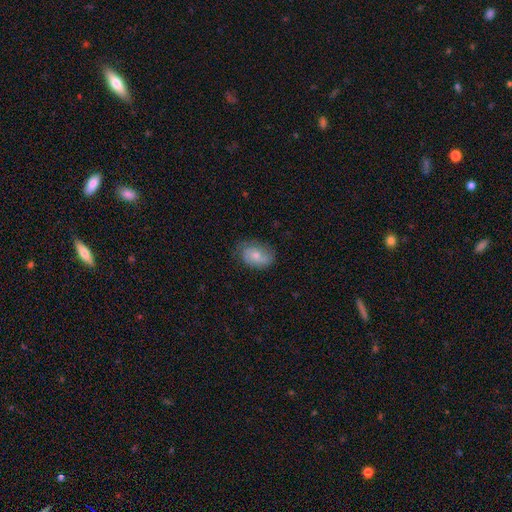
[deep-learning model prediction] smooth_or_featured: smooth (p=0.60) [alt: featured or disk p=0.33]
how_rounded: in between (p=0.78) [alt: round p=0.21]
merging: none (p=0.67) [alt: minor disturbance p=0.24]